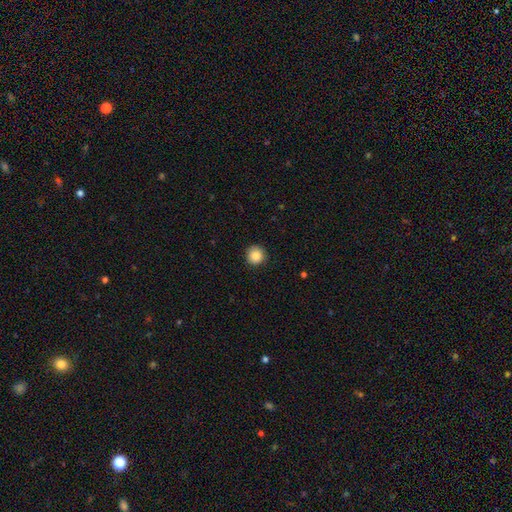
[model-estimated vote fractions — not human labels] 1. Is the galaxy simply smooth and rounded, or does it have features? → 86% smooth, 9% star or artifact, 5% featured or disk.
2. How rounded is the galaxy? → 94% round, 5% in between, 1% cigar-shaped.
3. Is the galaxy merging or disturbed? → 90% none, 7% minor disturbance, 2% major disturbance, 1% merger.